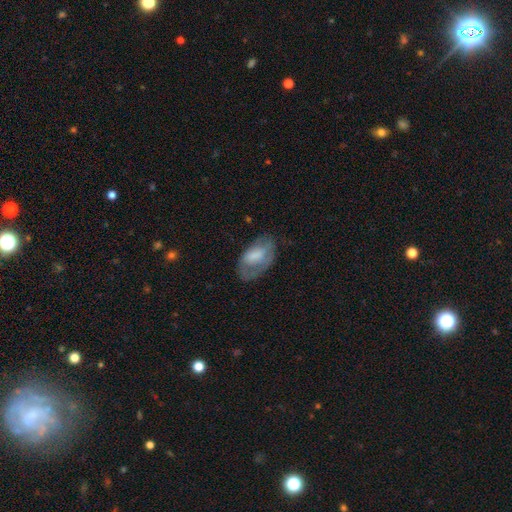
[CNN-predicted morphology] Overall: smooth (59%; featured or disk 34%). How rounded: in between (93%). Merging: none (48%; minor disturbance 29%).